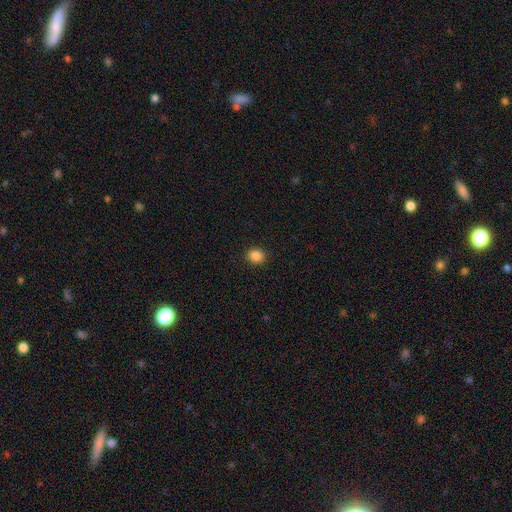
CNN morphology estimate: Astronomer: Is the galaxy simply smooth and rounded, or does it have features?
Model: smooth — 86%.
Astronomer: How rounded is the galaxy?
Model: round — 82%.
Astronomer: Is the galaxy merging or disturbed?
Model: none — 91%.